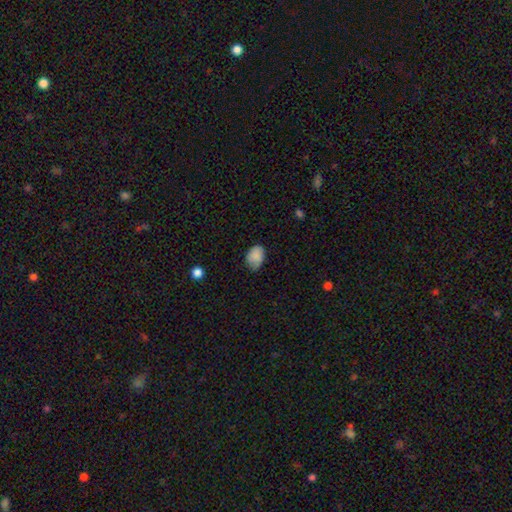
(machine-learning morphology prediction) type=smooth (86%); roundness=in between (76%); merging=none (64%).